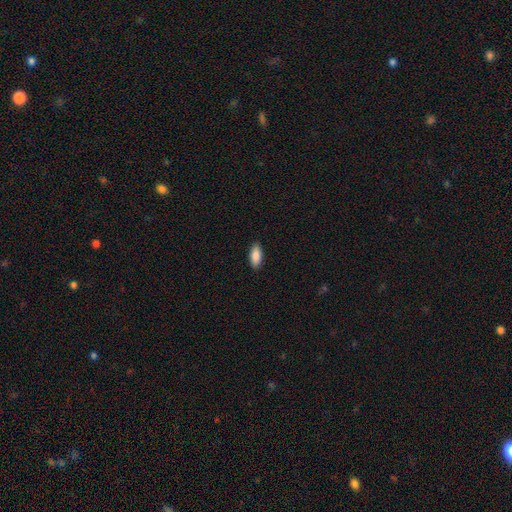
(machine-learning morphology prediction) The model was most divided on "how rounded": in between: 86%, cigar-shaped: 12%, round: 2%. More confident: merging — none (90%); smooth or featured — smooth (89%).